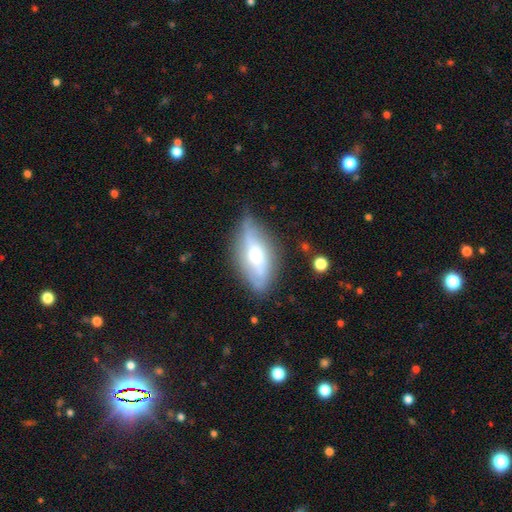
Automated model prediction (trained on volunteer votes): smooth_or_featured: featured or disk (p=0.55) [alt: smooth p=0.39]
disk_edge_on: no (p=0.53) [alt: yes p=0.47]
merging: none (p=0.66) [alt: minor disturbance p=0.25]